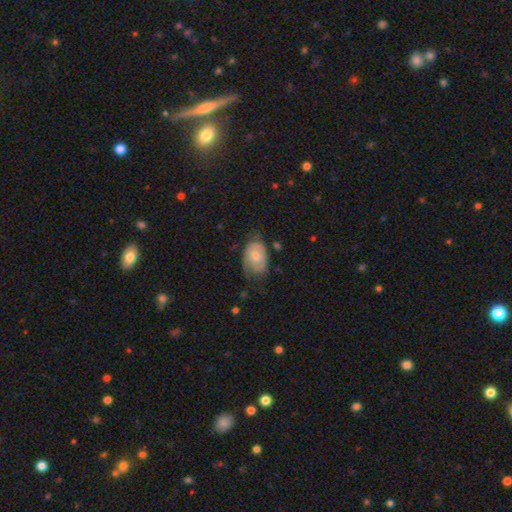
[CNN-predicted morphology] Q: Smooth or featured?
A: smooth (47%); runner-up: featured or disk (46%)
Q: Merging?
A: none (50%); runner-up: minor disturbance (34%)